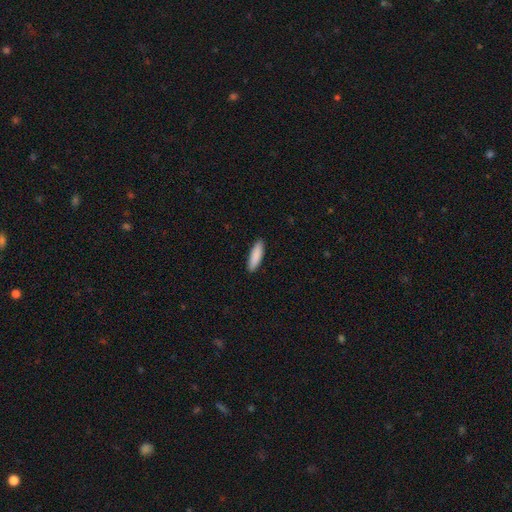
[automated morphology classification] Q: Smooth or featured?
A: smooth (89%); runner-up: featured or disk (6%)
Q: How rounded?
A: cigar-shaped (60%); runner-up: in between (39%)
Q: Merging?
A: none (90%); runner-up: minor disturbance (7%)